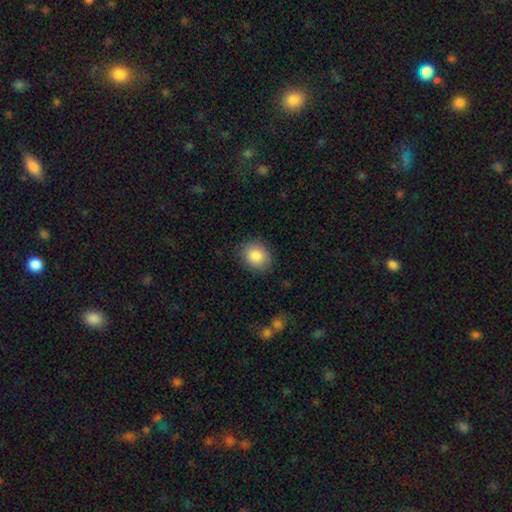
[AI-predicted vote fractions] smooth_or_featured: smooth (p=0.88) [alt: star or artifact p=0.07]
how_rounded: round (p=0.65) [alt: in between p=0.35]
merging: none (p=0.85) [alt: minor disturbance p=0.11]